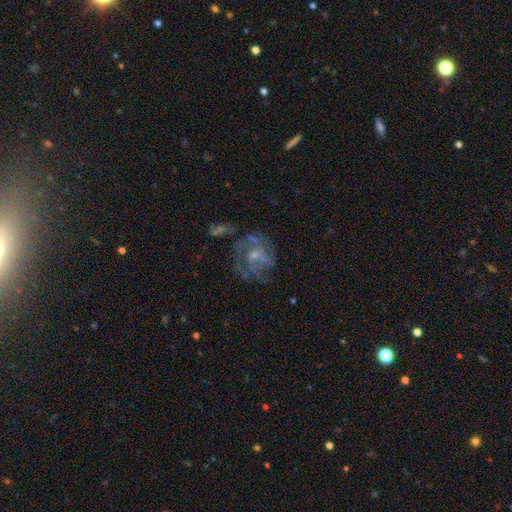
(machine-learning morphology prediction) smooth_or_featured: featured or disk (p=0.65) [alt: smooth p=0.24]
disk_edge_on: no (p=0.98) [alt: yes p=0.02]
bar: no (p=0.73) [alt: weak p=0.23]
has_spiral_arms: yes (p=0.52) [alt: no p=0.48]
bulge_size: small (p=0.52) [alt: moderate p=0.34]
merging: none (p=0.46) [alt: major disturbance p=0.28]